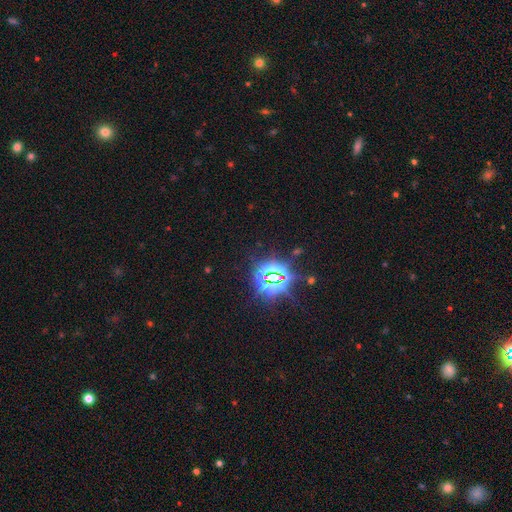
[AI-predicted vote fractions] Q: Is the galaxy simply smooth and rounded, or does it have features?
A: star or artifact — 79%.